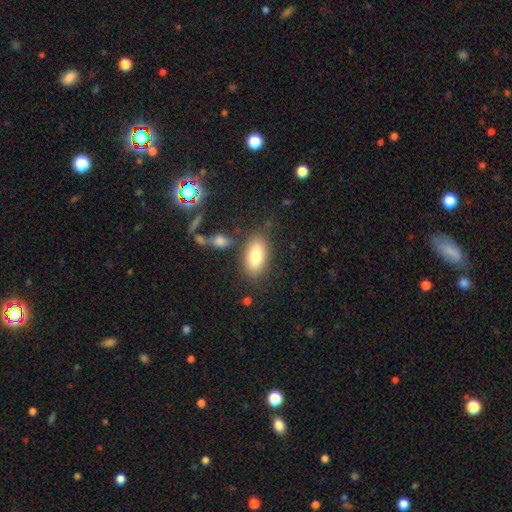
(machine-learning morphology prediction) Smooth or featured: smooth — 80% (featured or disk — 12%)
How rounded: in between — 89% (cigar-shaped — 7%)
Merging: none — 77% (minor disturbance — 12%)